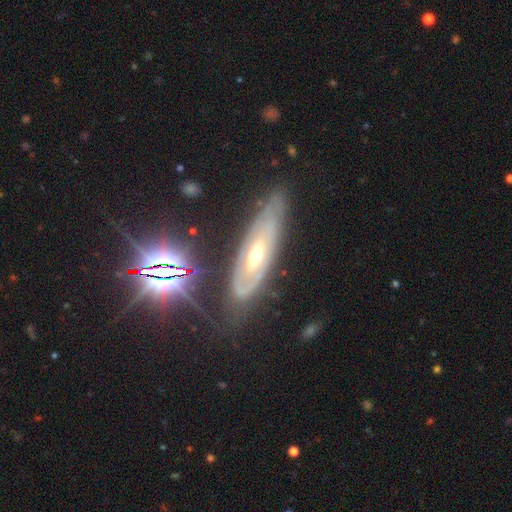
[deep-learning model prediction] The model was most divided on "edge-on disk": no: 67%, yes: 33%. More confident: merging — none (76%); smooth or featured — featured or disk (70%).